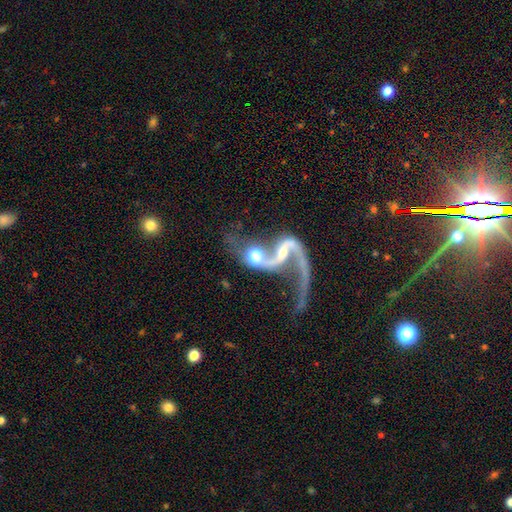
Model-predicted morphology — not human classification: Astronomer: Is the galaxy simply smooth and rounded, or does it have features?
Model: featured or disk — 73%.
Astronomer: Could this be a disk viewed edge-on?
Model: no — 96%.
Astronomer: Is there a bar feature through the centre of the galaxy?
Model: no — 53% (runner-up: weak, 30%).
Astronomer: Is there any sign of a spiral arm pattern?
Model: yes — 81%.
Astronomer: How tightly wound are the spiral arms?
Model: loose — 86%.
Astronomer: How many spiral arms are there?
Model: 2 — 63%.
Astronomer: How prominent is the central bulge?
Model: moderate — 41% (runner-up: small, 31%).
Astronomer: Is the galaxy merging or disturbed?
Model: merger — 60%.